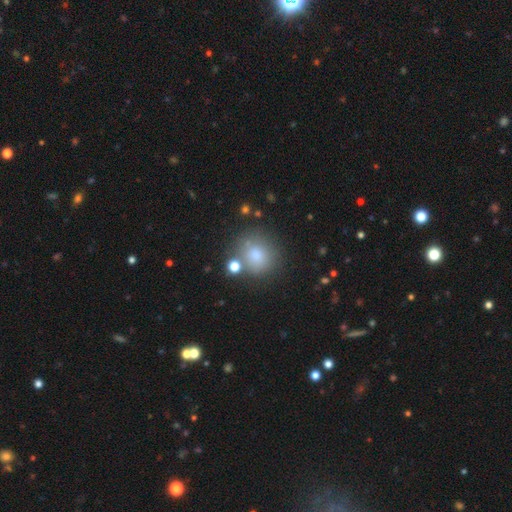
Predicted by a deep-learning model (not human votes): Morphology: type=smooth (79%); roundness=round (85%); merging=none (70%).